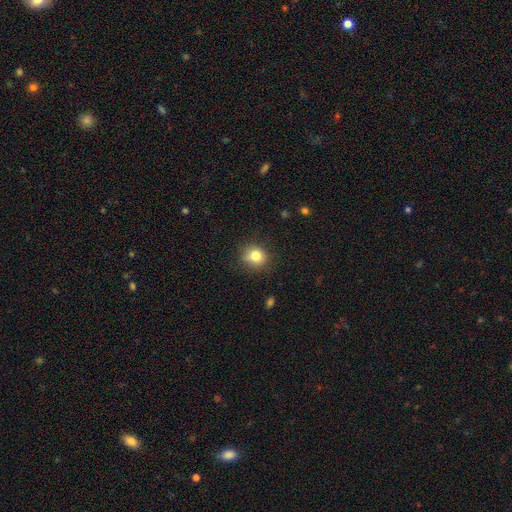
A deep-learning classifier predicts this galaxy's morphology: A smooth galaxy with no disk features (81%) that is round (75%). Merging: none (79%).